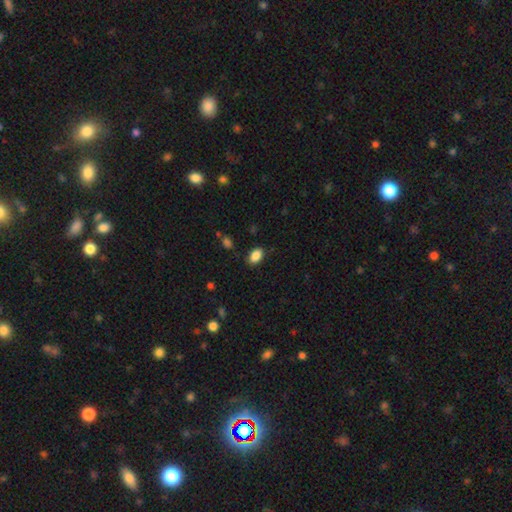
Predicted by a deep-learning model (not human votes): Smooth or featured?
  - smooth: 88% *
  - star or artifact: 8%
  - featured or disk: 4%
How rounded?
  - in between: 88% *
  - round: 10%
  - cigar-shaped: 1%
Merging?
  - none: 84% *
  - minor disturbance: 12%
  - major disturbance: 3%
  - merger: 1%